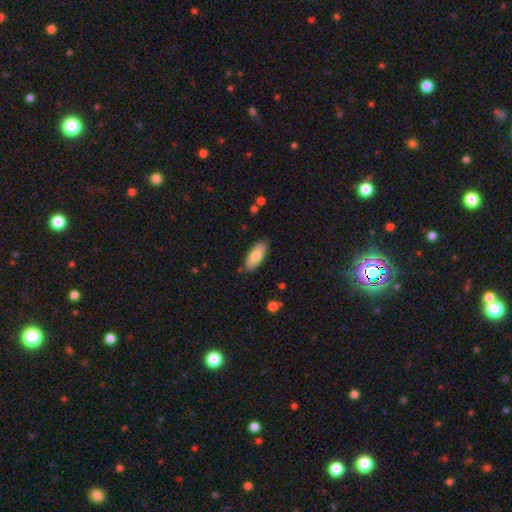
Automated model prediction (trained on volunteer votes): smooth 79%, featured or disk 15%, star or artifact 6%. Down the decision tree: how rounded — in between (82%); merging — none (84%).